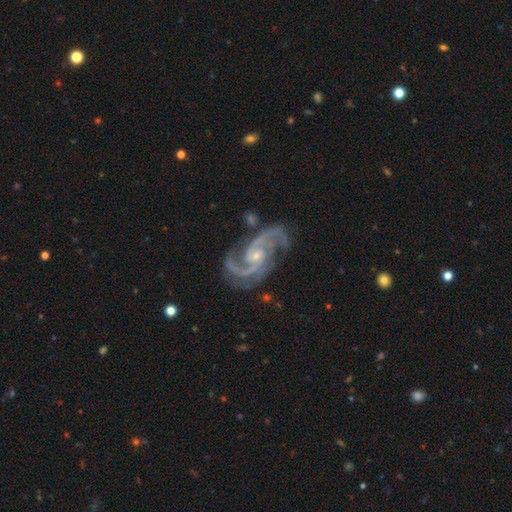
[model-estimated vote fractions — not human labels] featured or disk 94%, star or artifact 4%, smooth 2%. Down the decision tree: edge-on disk — no (98%); bar — no (54%); spiral arms — yes (99%); spiral arm count — 2 (54%); spiral winding — medium (59%); bulge size — small (70%); merging — none (71%).